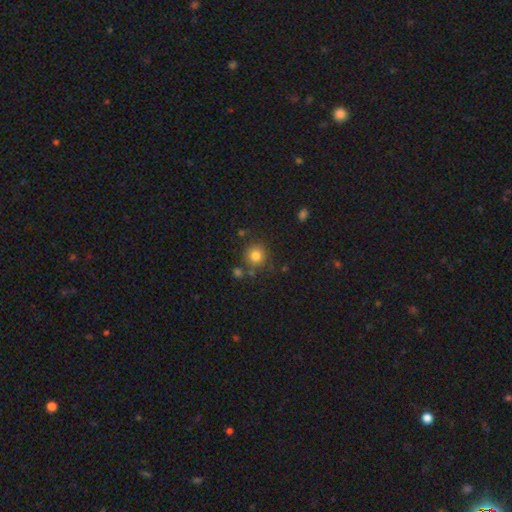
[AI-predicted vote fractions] smooth-or-featured: smooth: 81% | star or artifact: 12% | featured or disk: 7%
  how-rounded: round: 91% | in between: 8% | cigar-shaped: 1%
  merging: none: 77% | minor disturbance: 11% | merger: 9% | major disturbance: 4%